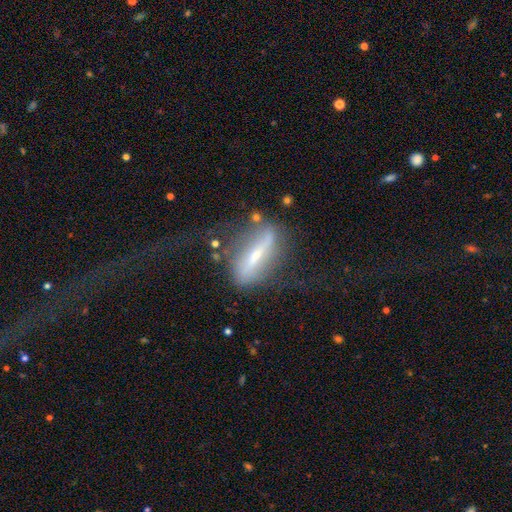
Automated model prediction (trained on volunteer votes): smooth-or-featured: featured or disk: 69% | smooth: 23% | star or artifact: 8%
  disk-edge-on: no: 52% | yes: 48%
  merging: none: 55% | minor disturbance: 21% | major disturbance: 20% | merger: 4%